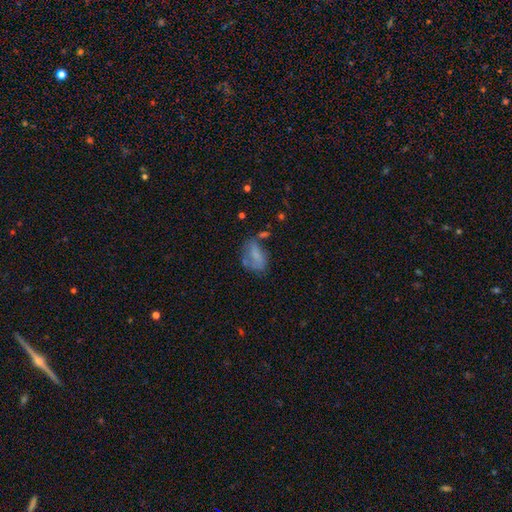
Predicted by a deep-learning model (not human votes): A smooth galaxy with no disk features (58%) that is in between round and cigar-shaped (85%). Merging: none (36%).